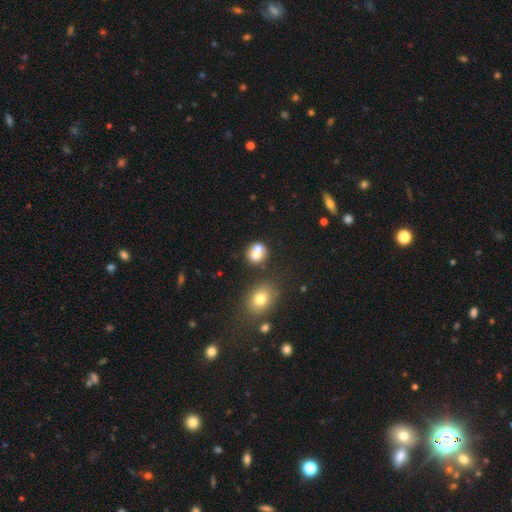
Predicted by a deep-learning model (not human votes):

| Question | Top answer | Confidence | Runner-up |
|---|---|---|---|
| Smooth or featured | smooth | 71% | featured or disk (17%) |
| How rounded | round | 76% | in between (23%) |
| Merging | merger | 46% | none (42%) |